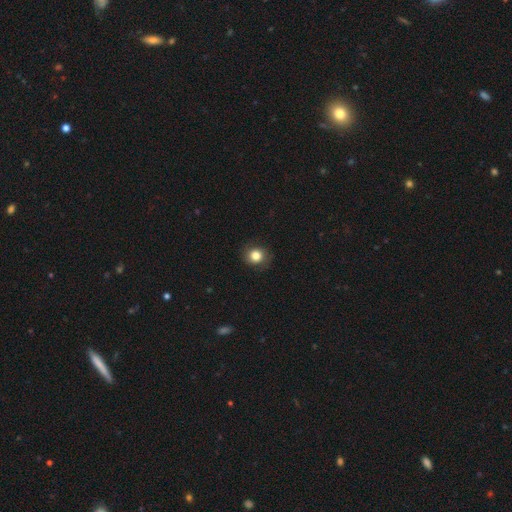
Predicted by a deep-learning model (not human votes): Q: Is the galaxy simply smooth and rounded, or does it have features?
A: smooth — 81%.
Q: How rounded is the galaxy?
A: round — 81%.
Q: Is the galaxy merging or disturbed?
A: none — 83%.